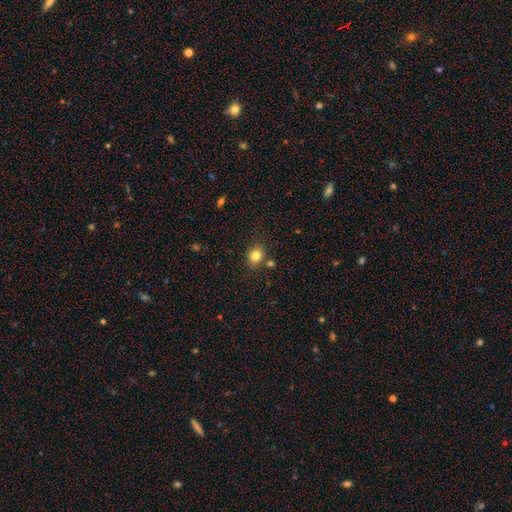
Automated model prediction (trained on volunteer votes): Smooth or featured?
  - smooth: 82% *
  - star or artifact: 11%
  - featured or disk: 6%
How rounded?
  - round: 63% *
  - in between: 36%
  - cigar-shaped: 1%
Merging?
  - none: 79% *
  - minor disturbance: 11%
  - merger: 7%
  - major disturbance: 3%